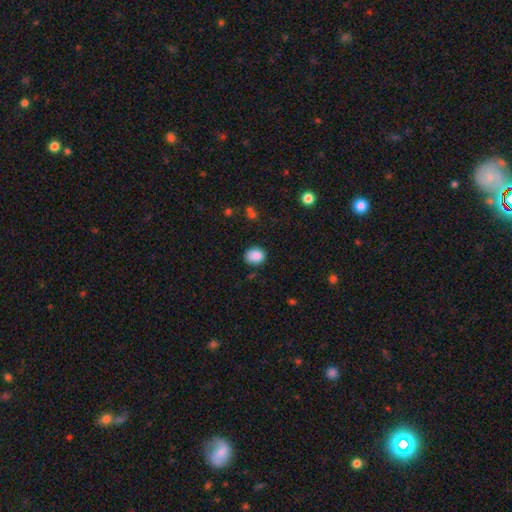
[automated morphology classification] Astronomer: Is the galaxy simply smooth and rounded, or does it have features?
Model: smooth — 87%.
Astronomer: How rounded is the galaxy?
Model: round — 61% (runner-up: in between, 38%).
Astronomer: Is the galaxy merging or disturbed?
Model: none — 80%.